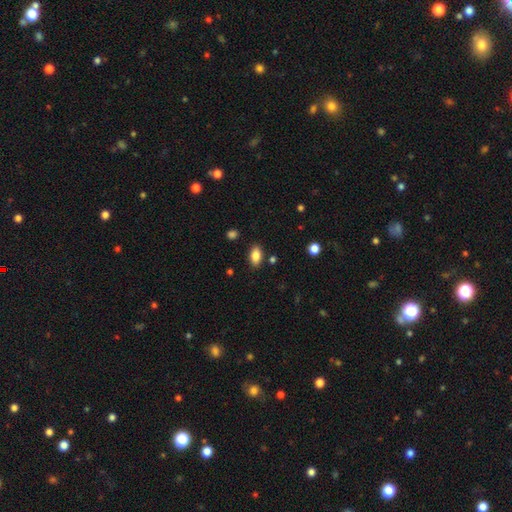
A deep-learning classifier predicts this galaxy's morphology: Smooth or featured? smooth (84%)
How rounded? in between (90%)
Merging? none (86%)